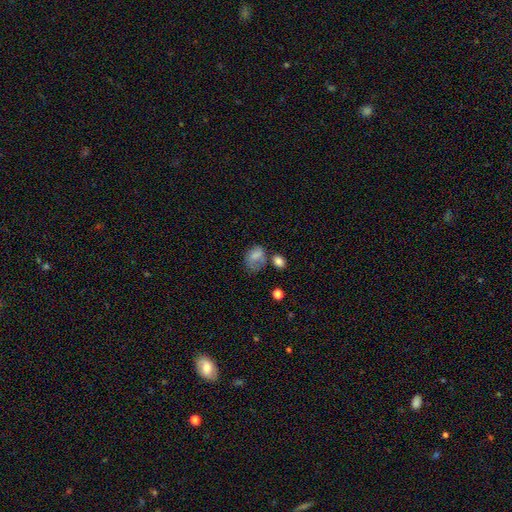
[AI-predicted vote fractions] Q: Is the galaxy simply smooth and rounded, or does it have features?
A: smooth — 73%.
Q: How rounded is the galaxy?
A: in between — 75%.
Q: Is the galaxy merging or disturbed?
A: none — 35%.